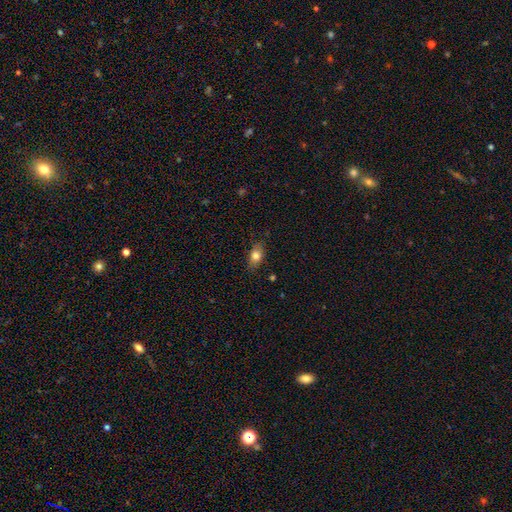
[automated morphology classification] smooth_or_featured: smooth (p=0.79) [alt: featured or disk p=0.12]
how_rounded: in between (p=0.77) [alt: round p=0.17]
merging: none (p=0.79) [alt: minor disturbance p=0.16]